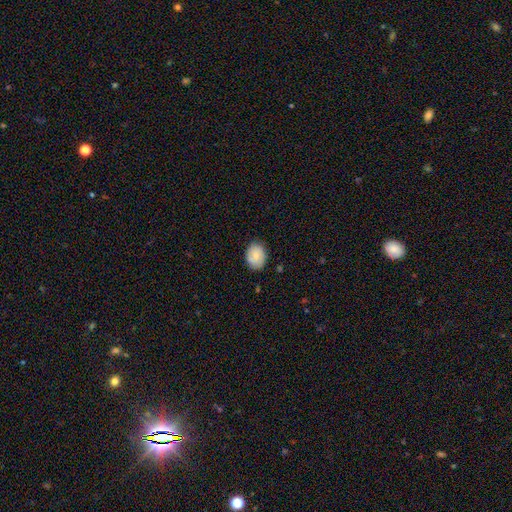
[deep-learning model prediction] Smooth or featured: smooth — 73% (featured or disk — 20%)
How rounded: in between — 55% (round — 44%)
Merging: none — 80% (minor disturbance — 16%)